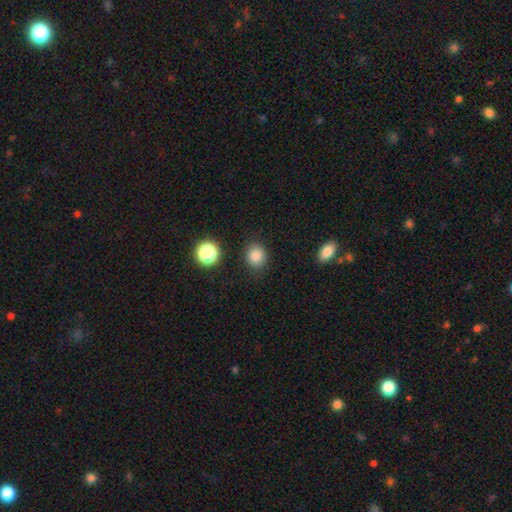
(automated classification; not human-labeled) A smooth galaxy with no disk features (84%) that is round (78%). Merging: none (85%).